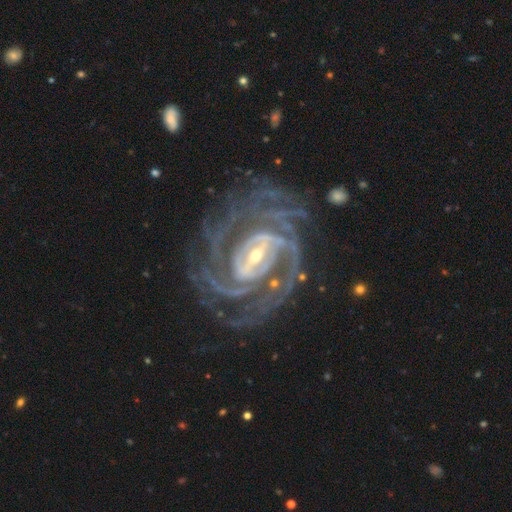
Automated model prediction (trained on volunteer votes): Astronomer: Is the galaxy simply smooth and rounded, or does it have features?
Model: featured or disk — 93%.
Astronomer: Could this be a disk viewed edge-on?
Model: no — 97%.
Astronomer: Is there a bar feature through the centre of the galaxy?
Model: strong — 52% (runner-up: weak, 35%).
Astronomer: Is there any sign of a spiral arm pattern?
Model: yes — 99%.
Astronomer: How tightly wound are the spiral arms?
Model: tight — 69%.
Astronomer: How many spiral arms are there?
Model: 4 — 24% (runner-up: 3, 22%).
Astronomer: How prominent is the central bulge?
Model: small — 59% (runner-up: moderate, 36%).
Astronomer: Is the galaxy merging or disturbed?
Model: none — 73%.